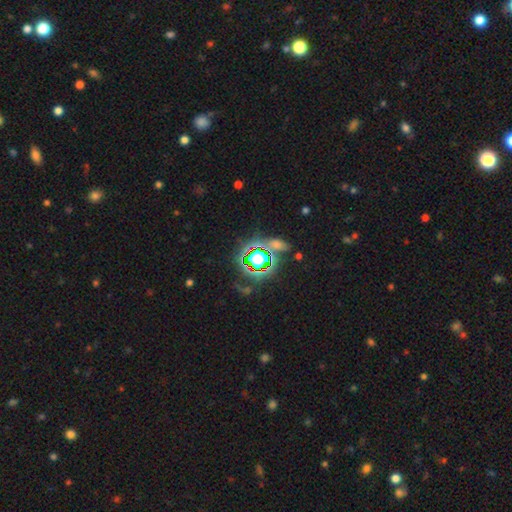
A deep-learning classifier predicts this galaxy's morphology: Smooth or featured: star or artifact — 78% (smooth — 12%)